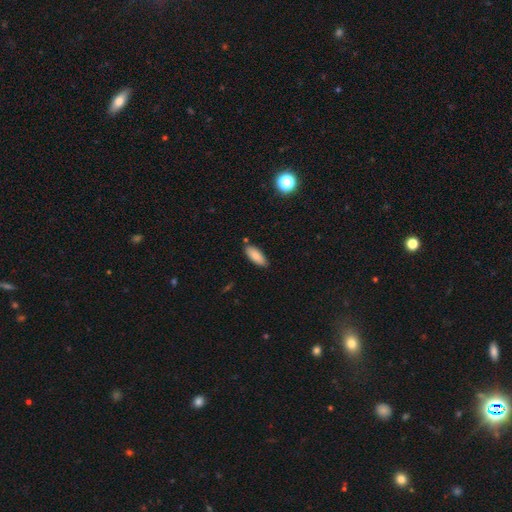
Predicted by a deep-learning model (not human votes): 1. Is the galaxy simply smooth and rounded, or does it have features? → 85% smooth, 8% featured or disk, 7% star or artifact.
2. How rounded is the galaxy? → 78% in between, 20% cigar-shaped, 2% round.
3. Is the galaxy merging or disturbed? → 83% none, 12% minor disturbance, 3% merger, 2% major disturbance.